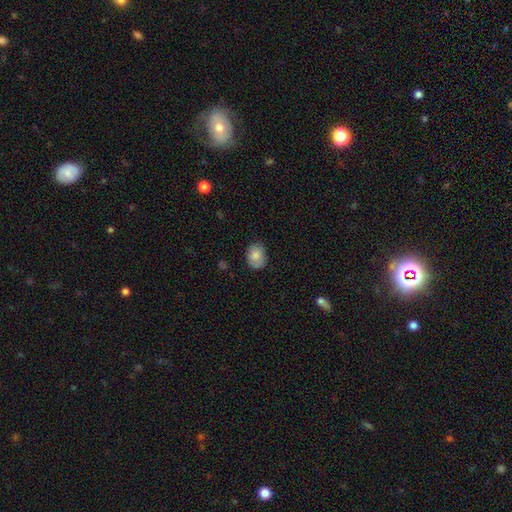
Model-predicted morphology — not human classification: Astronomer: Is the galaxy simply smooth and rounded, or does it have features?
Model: smooth — 84%.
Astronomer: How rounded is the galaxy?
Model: in between — 59% (runner-up: round, 40%).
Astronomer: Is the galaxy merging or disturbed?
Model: none — 74%.